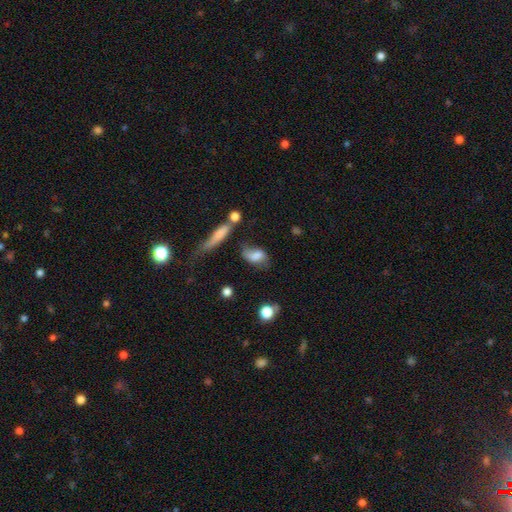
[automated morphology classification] Q: Smooth or featured?
A: smooth (60%); runner-up: featured or disk (29%)
Q: How rounded?
A: in between (80%); runner-up: round (13%)
Q: Merging?
A: none (42%); runner-up: minor disturbance (26%)